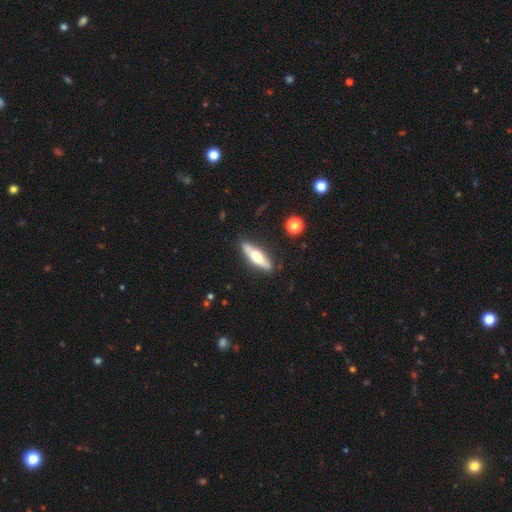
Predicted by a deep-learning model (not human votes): Smooth or featured? smooth (52%)
How rounded? cigar-shaped (63%)
Merging? none (85%)